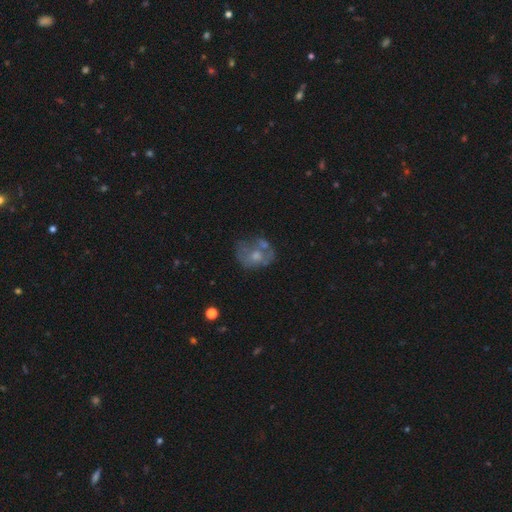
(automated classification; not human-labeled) Smooth or featured: featured or disk — 54% (smooth — 35%)
Edge-on disk: no — 97% (yes — 3%)
Bar: no — 87% (weak — 11%)
Spiral arms: no — 77% (yes — 23%)
Bulge size: moderate — 51% (small — 29%)
Merging: none — 39% (major disturbance — 23%)